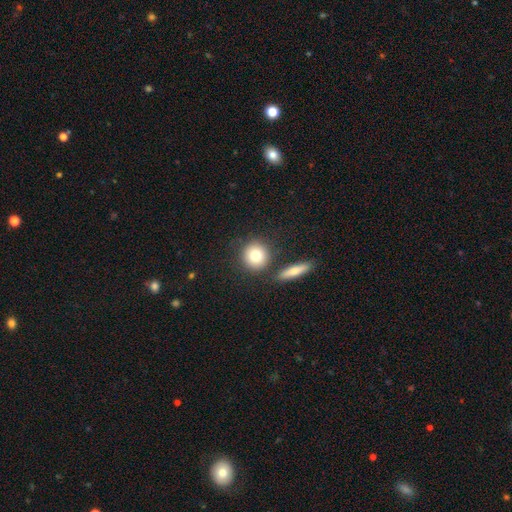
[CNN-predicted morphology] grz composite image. It shows a smooth galaxy with no disk features (79%) that is round (89%). Merging: none (77%).